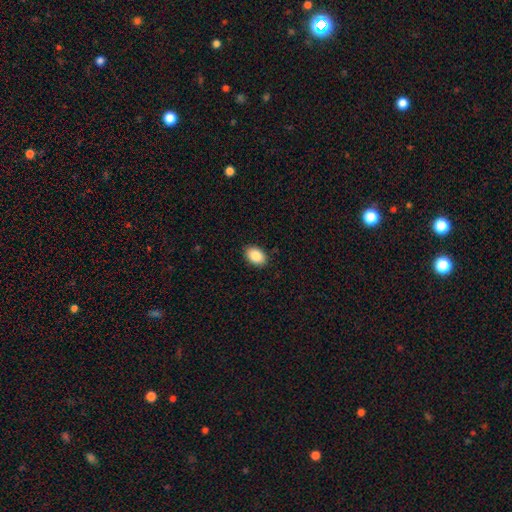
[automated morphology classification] This appears to be a smooth galaxy with no disk features (88%) that is in between round and cigar-shaped (87%). Merging: none (89%).